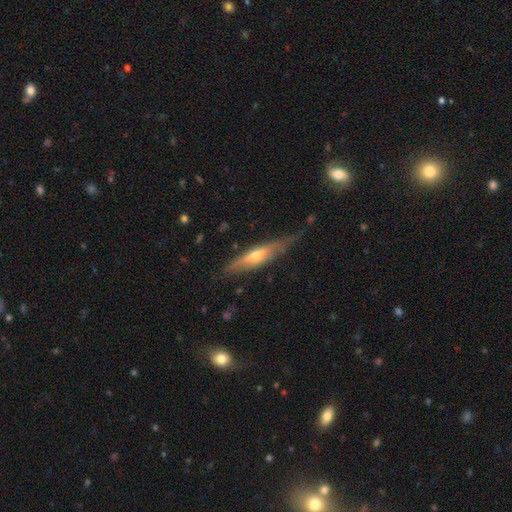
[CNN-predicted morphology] The model was most divided on "smooth or featured": featured or disk: 60%, smooth: 33%, star or artifact: 6%. More confident: edge-on disk — yes (88%); edge-on bulge — rounded (73%); merging — none (66%).